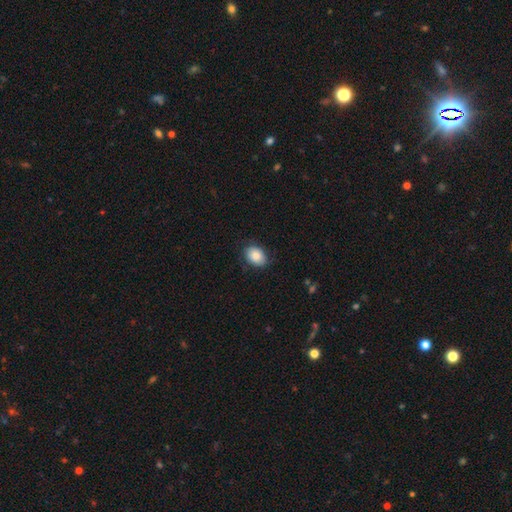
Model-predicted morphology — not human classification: Smooth or featured: smooth — 85% (featured or disk — 8%)
How rounded: in between — 74% (round — 25%)
Merging: none — 79% (minor disturbance — 17%)